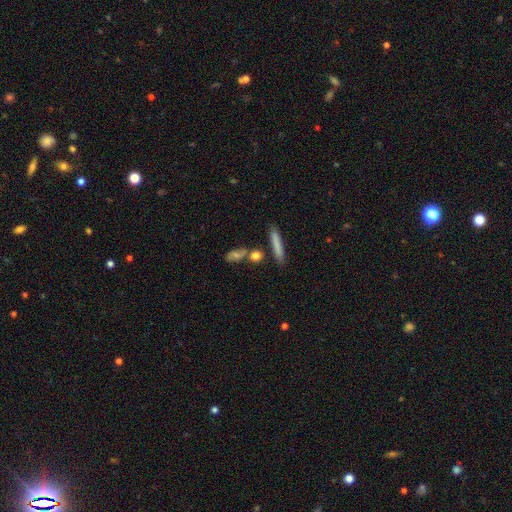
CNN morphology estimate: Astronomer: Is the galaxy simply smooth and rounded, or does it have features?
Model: smooth — 70%.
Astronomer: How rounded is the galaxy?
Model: cigar-shaped — 51%.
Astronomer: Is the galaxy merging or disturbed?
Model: none — 68%.